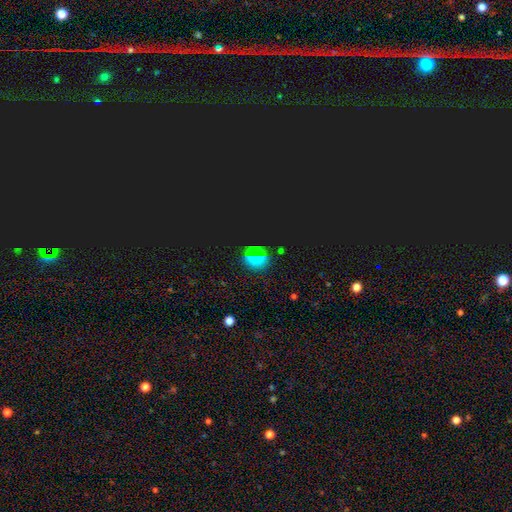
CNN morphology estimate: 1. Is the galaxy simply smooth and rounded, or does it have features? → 53% star or artifact, 40% smooth, 8% featured or disk.